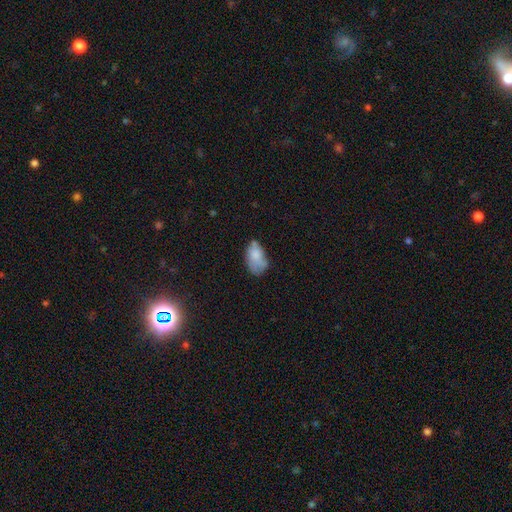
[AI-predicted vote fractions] This is likely a smooth galaxy (73%). How rounded: clearly in between (90%). Merging: marginally none (39%).